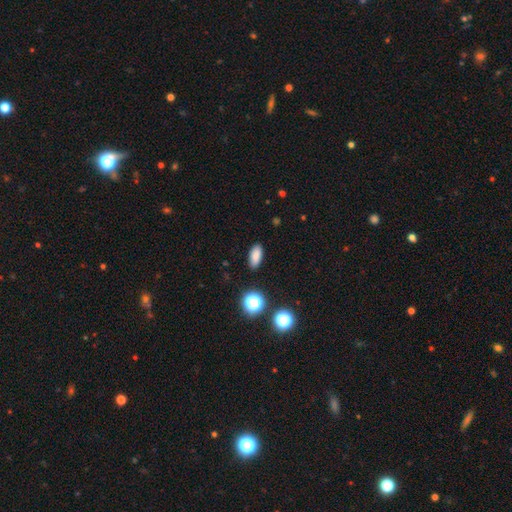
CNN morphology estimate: This is clearly a smooth galaxy (84%). How rounded: clearly in between (84%). Merging: clearly none (88%).